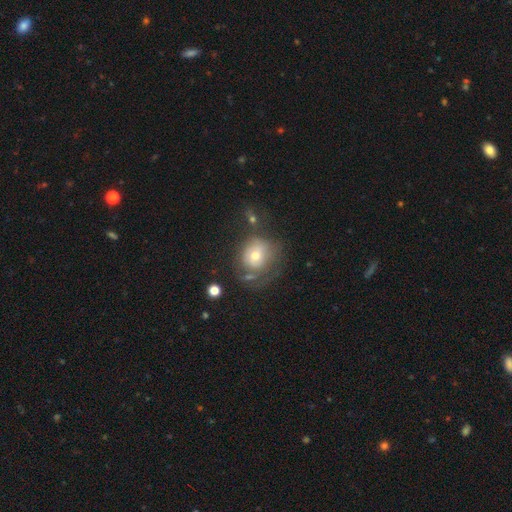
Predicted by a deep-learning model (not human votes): smooth_or_featured: smooth (p=0.53) [alt: featured or disk p=0.36]
how_rounded: round (p=0.71) [alt: in between p=0.28]
merging: none (p=0.40) [alt: major disturbance p=0.26]